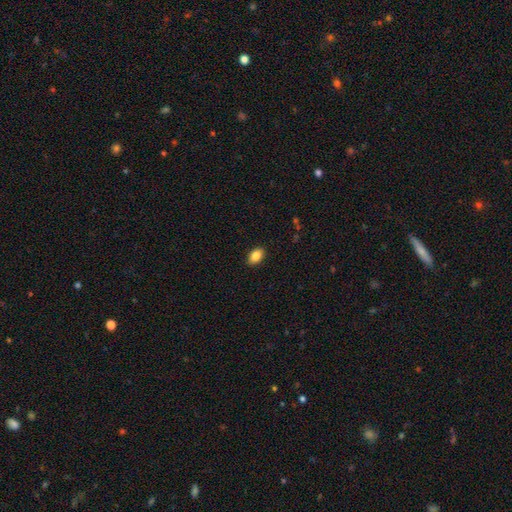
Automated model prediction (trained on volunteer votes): A smooth galaxy with no disk features (87%) that is in between round and cigar-shaped (89%).

Vote fractions:
- Smooth or featured? smooth: 87% / star or artifact: 8% / featured or disk: 5%
- How rounded? in between: 89% / round: 9% / cigar-shaped: 2%
- Merging? none: 90% / minor disturbance: 8% / major disturbance: 2% / merger: 1%